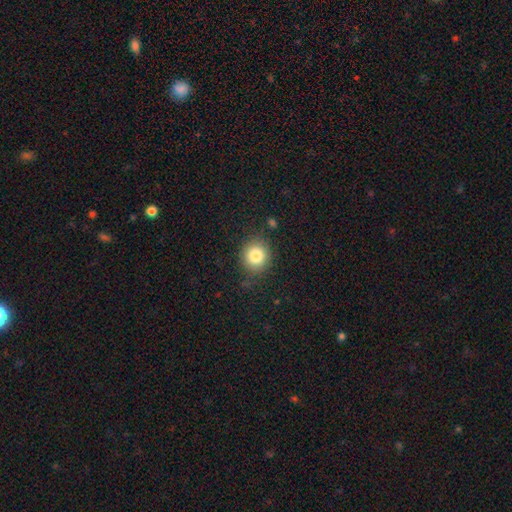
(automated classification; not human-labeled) Smooth or featured?
  - smooth: 83% *
  - star or artifact: 10%
  - featured or disk: 7%
How rounded?
  - round: 84% *
  - in between: 15%
  - cigar-shaped: 1%
Merging?
  - none: 83% *
  - minor disturbance: 11%
  - major disturbance: 4%
  - merger: 2%